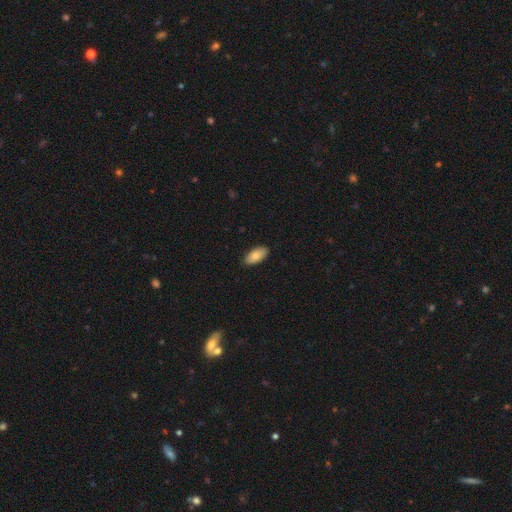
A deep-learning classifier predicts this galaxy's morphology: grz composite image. It shows a smooth galaxy with no disk features (84%) that is in between round and cigar-shaped (92%). Merging: none (89%).